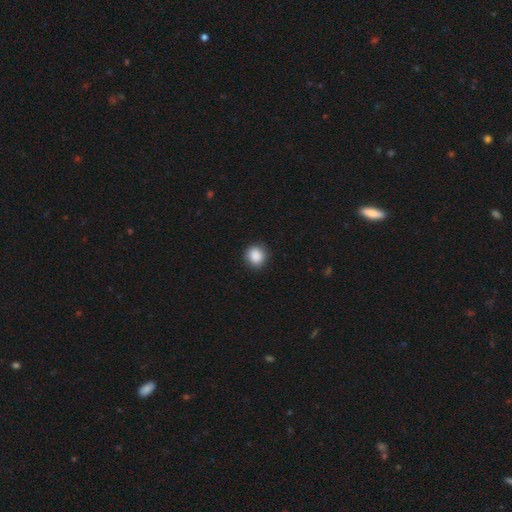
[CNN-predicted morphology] This appears to be a smooth galaxy with no disk features (88%) that is round (83%). Merging: none (87%).